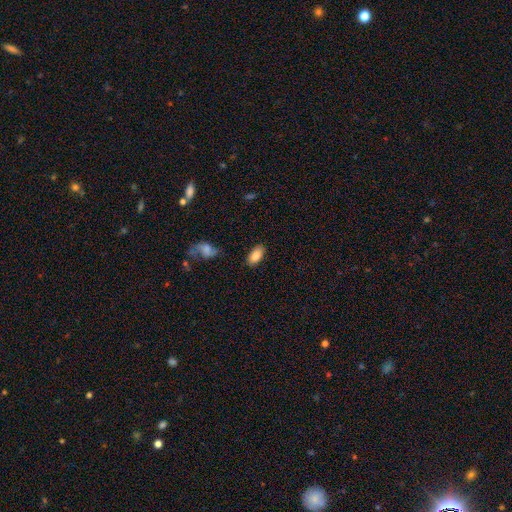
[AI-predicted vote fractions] Smooth or featured?
  - smooth: 84% *
  - featured or disk: 8%
  - star or artifact: 7%
How rounded?
  - in between: 93% *
  - cigar-shaped: 4%
  - round: 3%
Merging?
  - none: 84% *
  - minor disturbance: 11%
  - major disturbance: 3%
  - merger: 2%